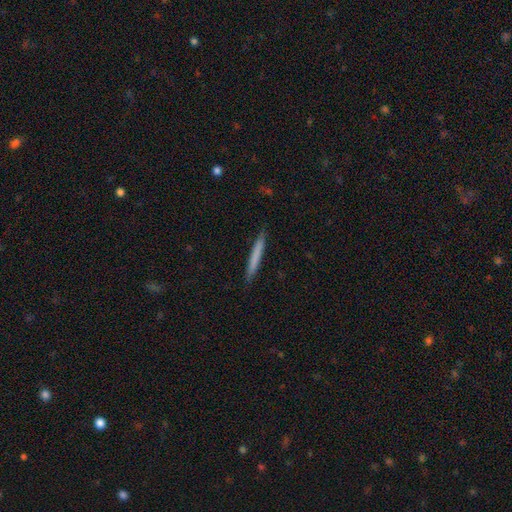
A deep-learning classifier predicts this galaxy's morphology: Smooth or featured? smooth (70%)
How rounded? cigar-shaped (97%)
Merging? none (89%)